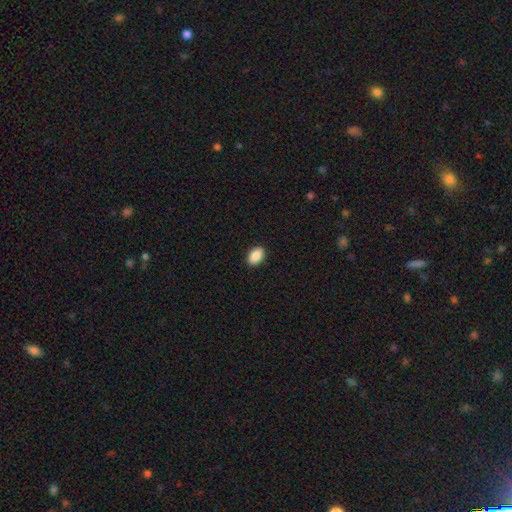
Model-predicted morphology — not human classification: A smooth galaxy with no disk features (89%) that is in between round and cigar-shaped (90%). Merging: none (90%).